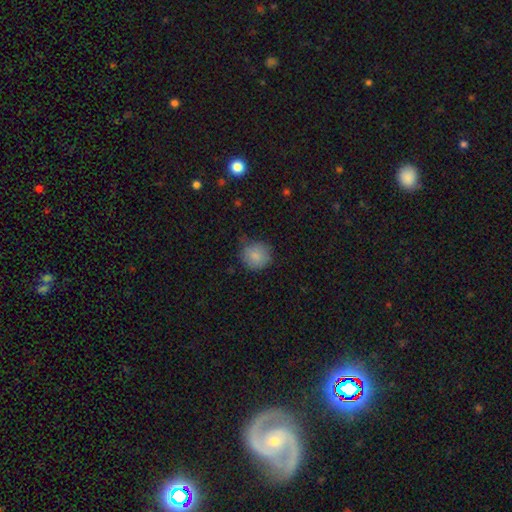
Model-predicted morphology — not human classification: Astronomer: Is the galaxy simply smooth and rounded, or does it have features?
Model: smooth — 85%.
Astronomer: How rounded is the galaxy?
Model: round — 87%.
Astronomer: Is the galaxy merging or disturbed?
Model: none — 65%.